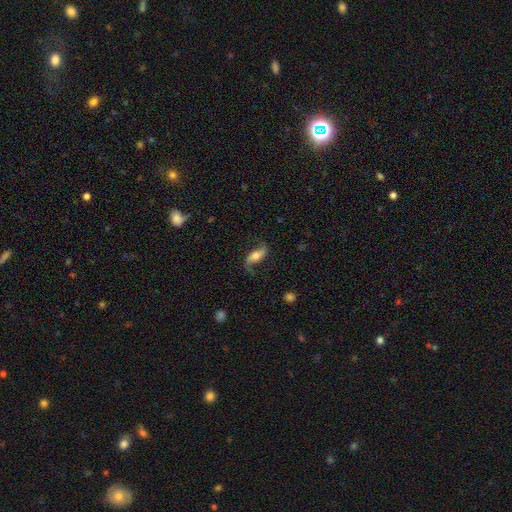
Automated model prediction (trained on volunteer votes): The model was most divided on "bar": no: 47%, weak: 27%, strong: 26%. More confident: spiral arms — yes (90%); spiral arm count — 2 (88%); edge-on disk — no (85%); spiral winding — loose (80%); merging — none (69%); smooth or featured — featured or disk (65%); bulge size — moderate (59%).